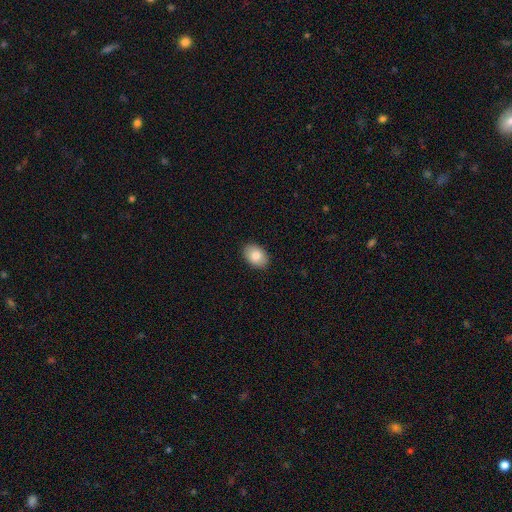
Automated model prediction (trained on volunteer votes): Smooth or featured? Predicted: smooth (p=0.84). How rounded? Predicted: in between (p=0.84). Merging? Predicted: none (p=0.90).